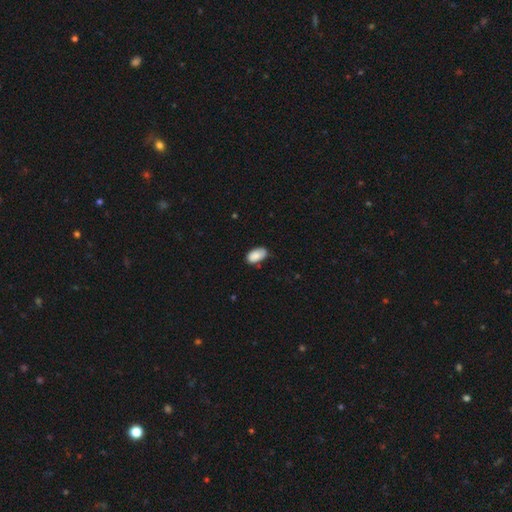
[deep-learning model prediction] Overall: smooth (87%). How rounded: in between (94%). Merging: none (68%).